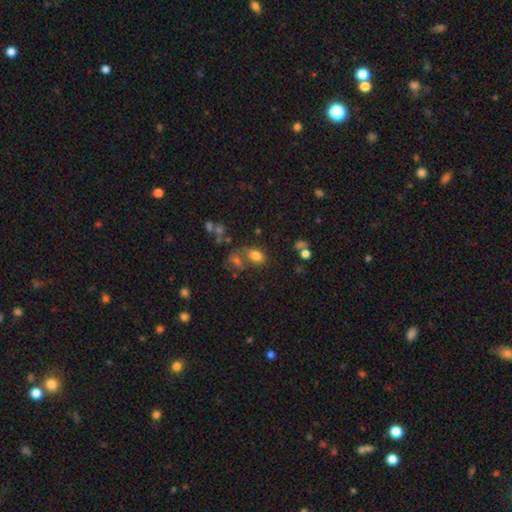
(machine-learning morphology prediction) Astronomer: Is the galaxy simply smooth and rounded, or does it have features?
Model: smooth — 77%.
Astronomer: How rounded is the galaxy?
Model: in between — 78%.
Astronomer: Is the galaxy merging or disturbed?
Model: none — 45% (runner-up: merger, 34%).